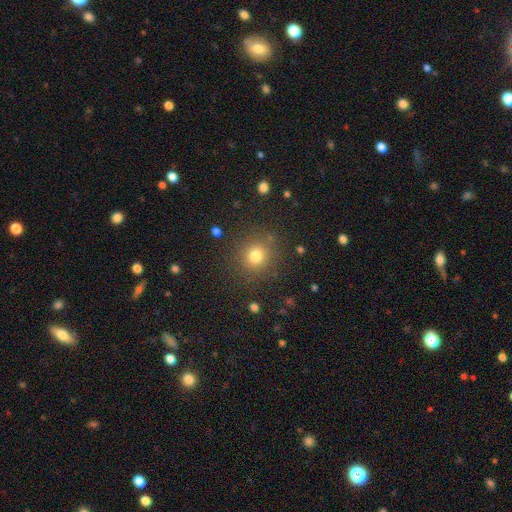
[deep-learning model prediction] Smooth or featured: smooth — 78% (star or artifact — 15%)
How rounded: round — 89% (in between — 10%)
Merging: none — 86% (minor disturbance — 8%)